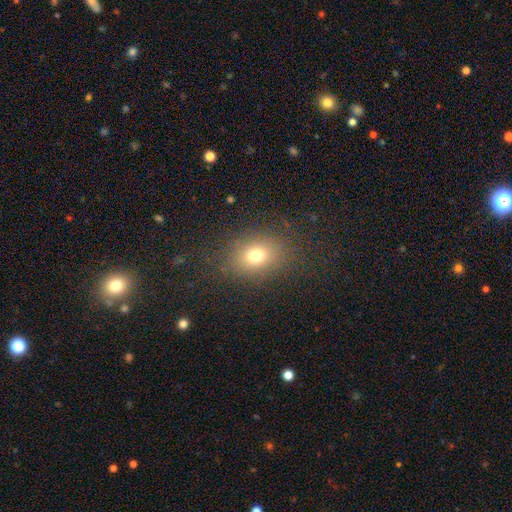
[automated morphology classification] Smooth or featured? Predicted: smooth (p=0.72). How rounded? Predicted: in between (p=0.51). Merging? Predicted: none (p=0.81).